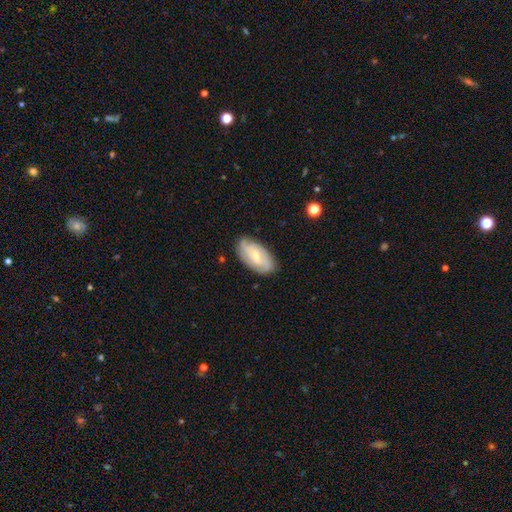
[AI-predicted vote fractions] featured or disk 64%, smooth 30%, star or artifact 6%. Down the decision tree: edge-on disk — no (94%); bar — weak (46%); spiral arms — yes (87%); spiral arm count — can't tell (38%); spiral winding — tight (55%); bulge size — small (57%); merging — none (79%).